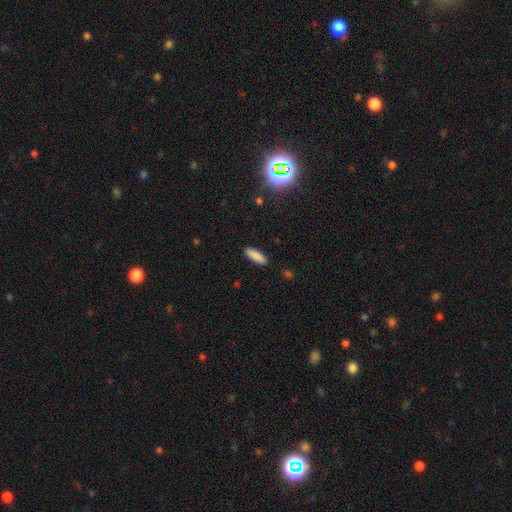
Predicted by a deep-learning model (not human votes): smooth 88%, star or artifact 7%, featured or disk 5%. Down the decision tree: how rounded — cigar-shaped (51%); merging — none (90%).